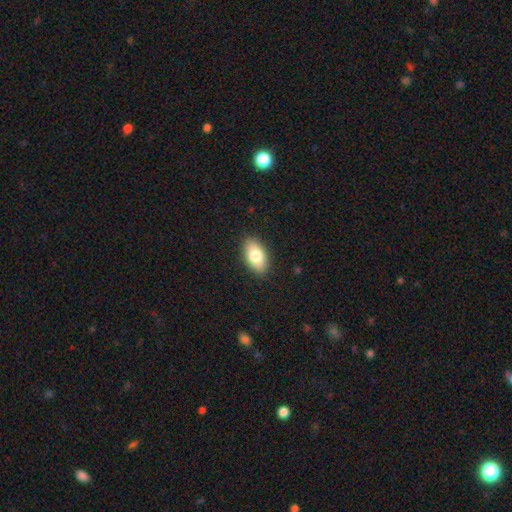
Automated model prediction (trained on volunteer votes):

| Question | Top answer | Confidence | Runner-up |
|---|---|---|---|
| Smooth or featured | smooth | 79% | featured or disk (14%) |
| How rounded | in between | 92% | round (5%) |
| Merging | none | 88% | minor disturbance (9%) |